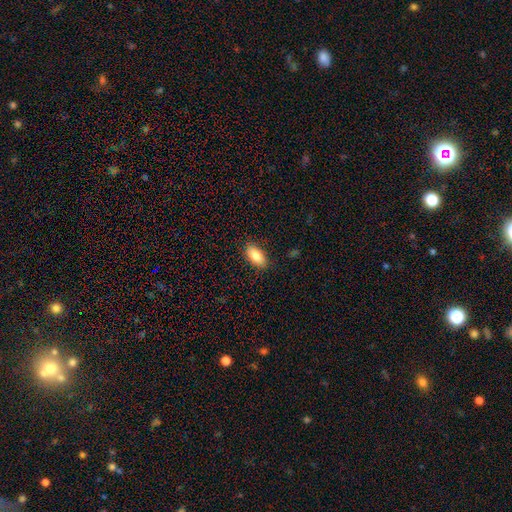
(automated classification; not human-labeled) smooth-or-featured: smooth: 86% | featured or disk: 7% | star or artifact: 7%
  how-rounded: in between: 90% | cigar-shaped: 7% | round: 3%
  merging: none: 86% | minor disturbance: 11% | major disturbance: 3% | merger: 1%